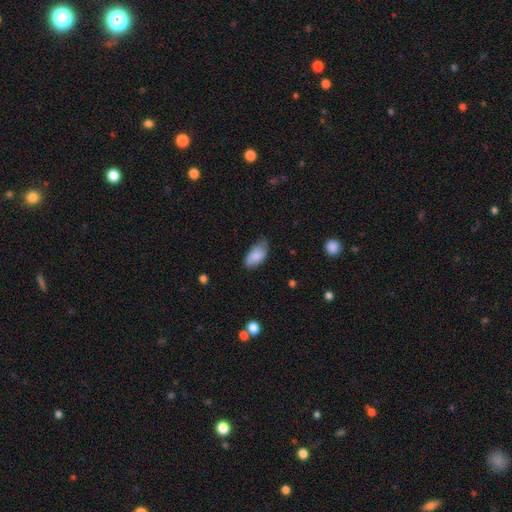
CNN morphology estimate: A smooth galaxy with no disk features (83%) that is in between round and cigar-shaped (94%).

Vote fractions:
- Smooth or featured? smooth: 83% / featured or disk: 11% / star or artifact: 7%
- How rounded? in between: 94% / cigar-shaped: 3% / round: 3%
- Merging? none: 64% / minor disturbance: 30% / major disturbance: 5% / merger: 1%